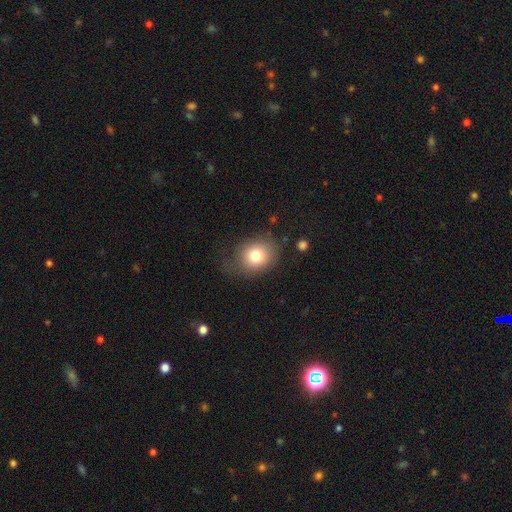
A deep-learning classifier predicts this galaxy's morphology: A smooth galaxy with no disk features (78%) that is round (62%).

Vote fractions:
- Smooth or featured? smooth: 78% / featured or disk: 11% / star or artifact: 11%
- How rounded? round: 62% / in between: 37% / cigar-shaped: 1%
- Merging? none: 67% / minor disturbance: 21% / major disturbance: 9% / merger: 2%